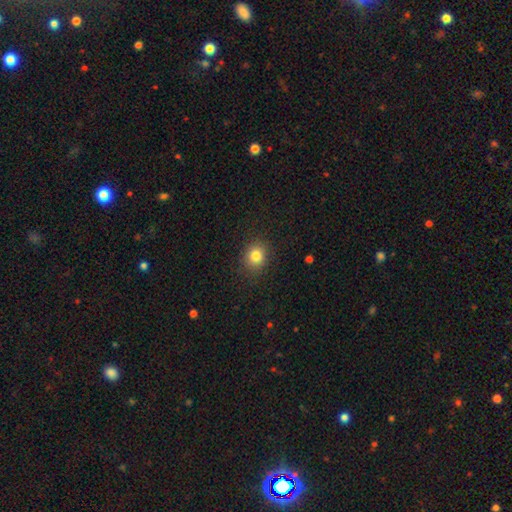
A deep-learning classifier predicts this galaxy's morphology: A smooth galaxy with no disk features (83%) that is round (72%). Merging: none (87%).